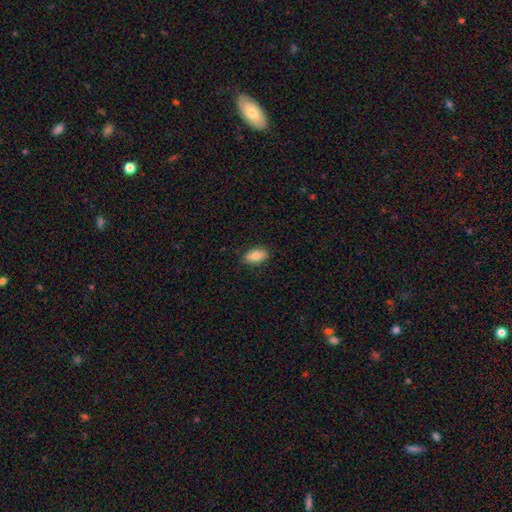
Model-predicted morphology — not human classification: A smooth galaxy with no disk features (80%) that is in between round and cigar-shaped (90%). Merging: none (85%).